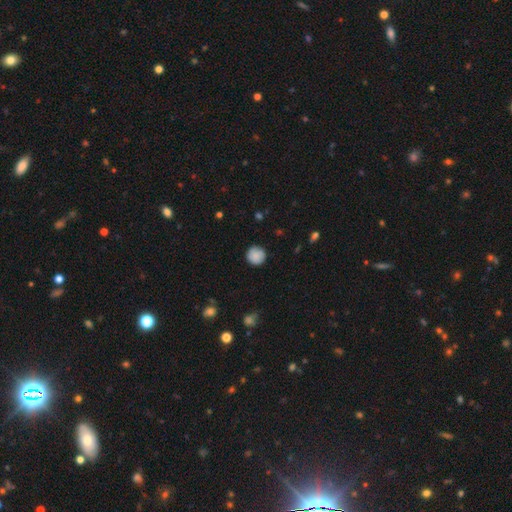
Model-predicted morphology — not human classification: Smooth or featured: smooth — 86% (star or artifact — 8%)
How rounded: round — 93% (in between — 6%)
Merging: none — 85% (minor disturbance — 11%)